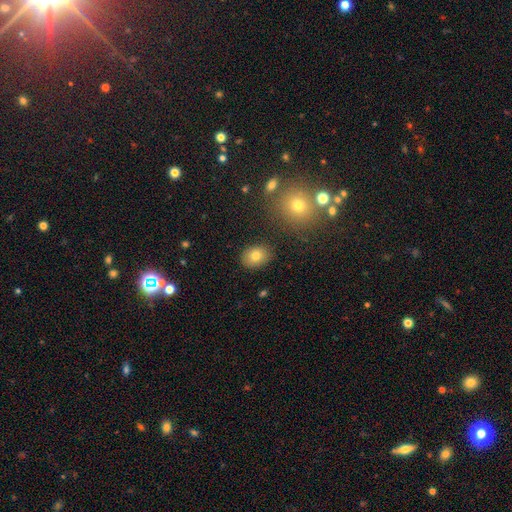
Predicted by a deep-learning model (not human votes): A smooth galaxy with no disk features (78%) that is in between round and cigar-shaped (63%).

Vote fractions:
- Smooth or featured? smooth: 78% / featured or disk: 11% / star or artifact: 11%
- How rounded? in between: 63% / round: 36% / cigar-shaped: 1%
- Merging? none: 85% / minor disturbance: 9% / merger: 3% / major disturbance: 3%